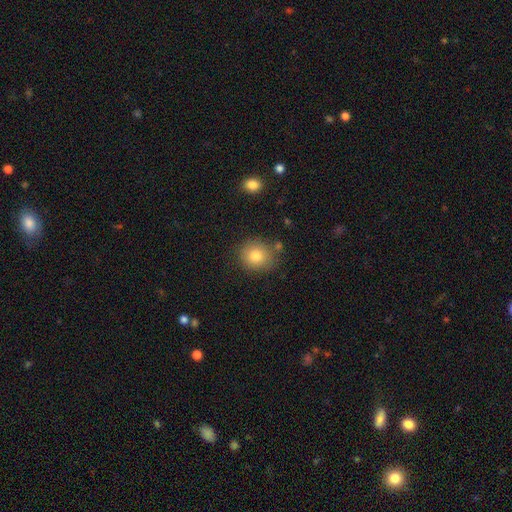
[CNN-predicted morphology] This is clearly a smooth galaxy (81%). How rounded: clearly round (85%). Merging: clearly none (80%).